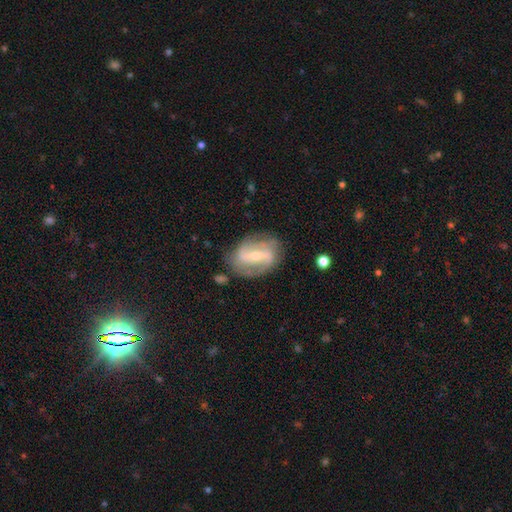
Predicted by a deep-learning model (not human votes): A featured or disk galaxy (83%) with a strong bar (50%), 2 (77%) medium (43%) spiral arms (91%) and a small central bulge (59%). Merging: none (74%).